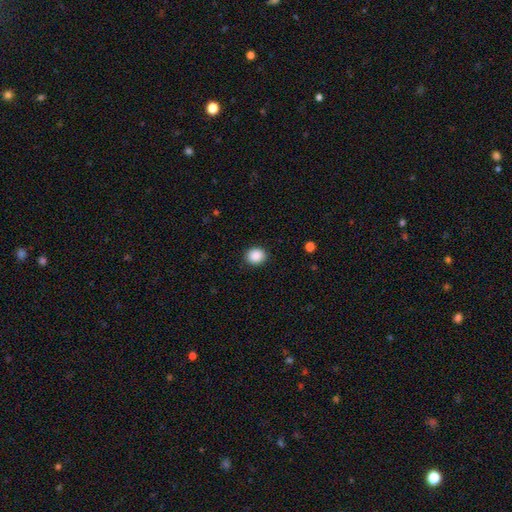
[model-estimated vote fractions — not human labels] The model was most divided on "how rounded": round: 74%, in between: 25%, cigar-shaped: 1%. More confident: merging — none (90%); smooth or featured — smooth (89%).